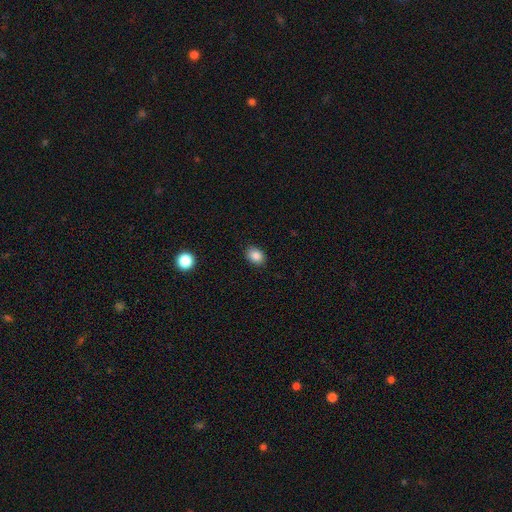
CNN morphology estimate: The model was most divided on "how rounded": in between: 71%, round: 28%, cigar-shaped: 1%. More confident: merging — none (88%); smooth or featured — smooth (86%).